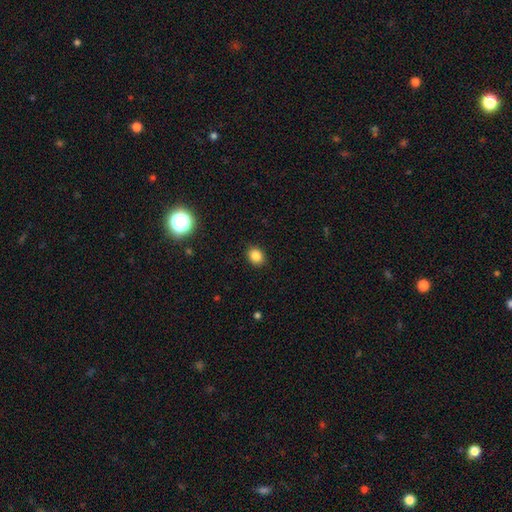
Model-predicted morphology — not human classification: Overall: smooth (84%). How rounded: round (58%; in between 41%). Merging: none (90%).